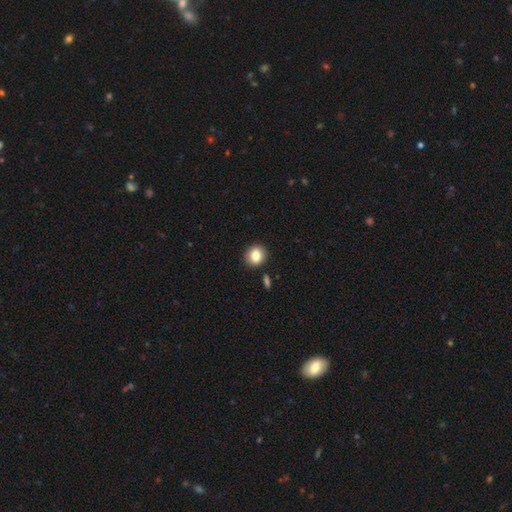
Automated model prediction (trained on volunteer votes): A smooth galaxy with no disk features (82%) that is round (80%). Merging: none (88%).